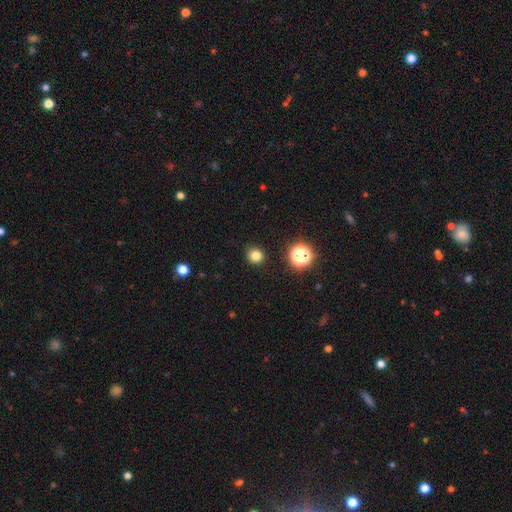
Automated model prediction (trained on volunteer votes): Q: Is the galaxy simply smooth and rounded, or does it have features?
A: smooth — 79%.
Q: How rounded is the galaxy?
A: round — 87%.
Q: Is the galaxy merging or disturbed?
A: none — 90%.